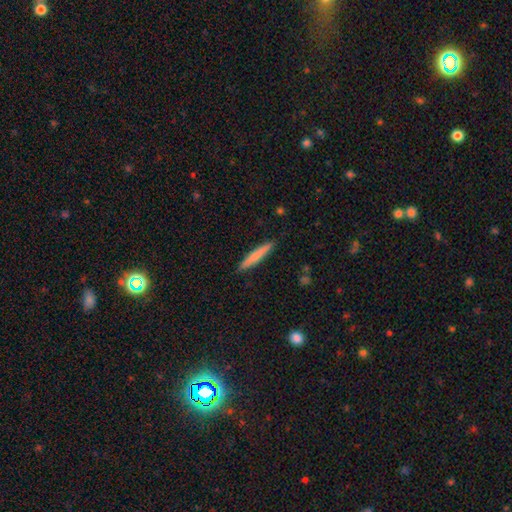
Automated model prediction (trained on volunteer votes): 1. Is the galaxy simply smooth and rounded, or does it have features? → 71% smooth, 24% featured or disk, 6% star or artifact.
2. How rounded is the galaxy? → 95% cigar-shaped, 4% in between, 1% round.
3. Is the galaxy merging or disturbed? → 90% none, 7% minor disturbance, 1% major disturbance, 1% merger.